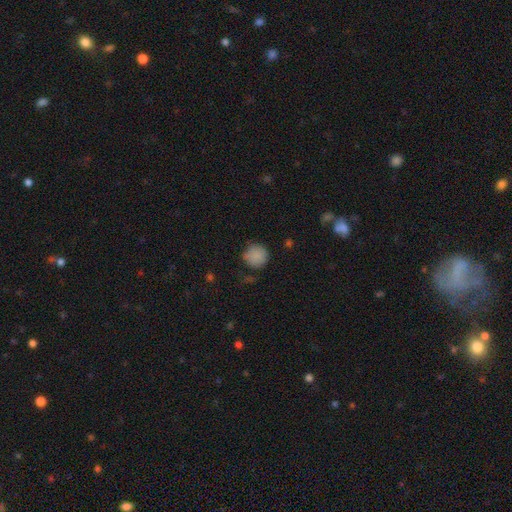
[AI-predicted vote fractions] A smooth galaxy with no disk features (86%) that is round (92%). Merging: none (77%).